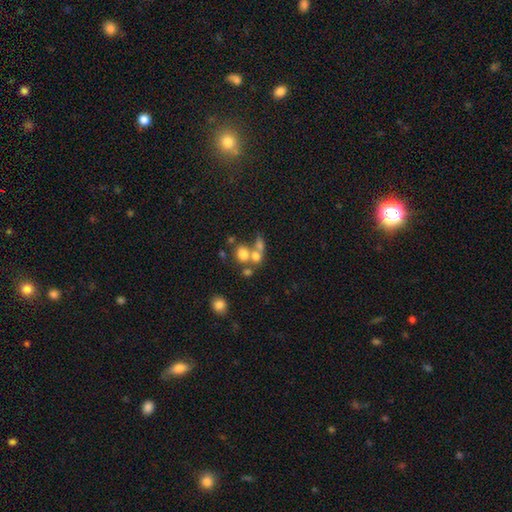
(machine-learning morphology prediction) Smooth or featured? Predicted: smooth (p=0.66). How rounded? Predicted: round (p=0.54). Merging? Predicted: merger (p=0.55).